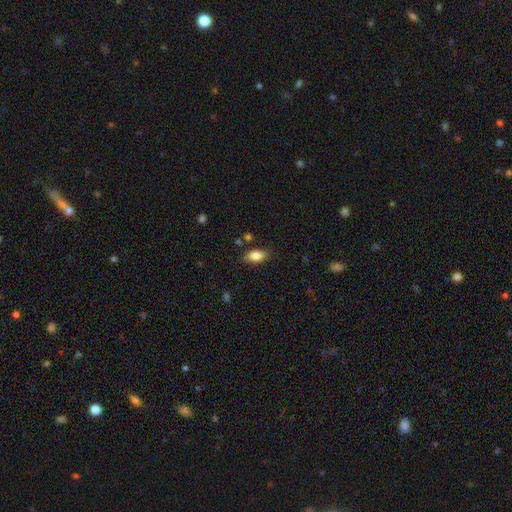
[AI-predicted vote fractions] A smooth galaxy with no disk features (81%) that is in between round and cigar-shaped (88%).

Vote fractions:
- Smooth or featured? smooth: 81% / featured or disk: 11% / star or artifact: 8%
- How rounded? in between: 88% / cigar-shaped: 7% / round: 5%
- Merging? none: 82% / minor disturbance: 13% / major disturbance: 3% / merger: 2%